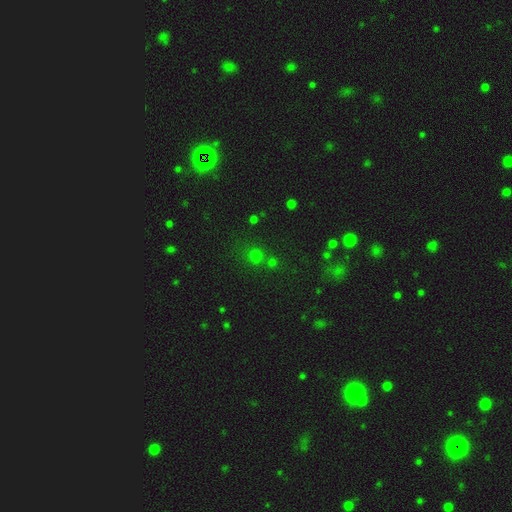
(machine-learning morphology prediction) This is likely a smooth galaxy (62%). How rounded: clearly round (86%). Merging: likely none (67%).